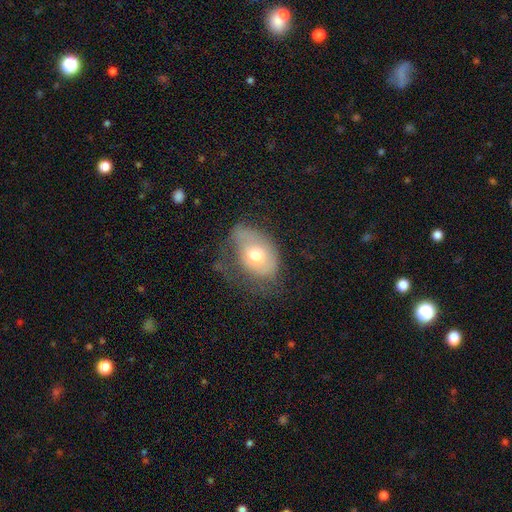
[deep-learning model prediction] Morphology: type=smooth (61%); roundness=in between (79%); merging=minor disturbance (35%).